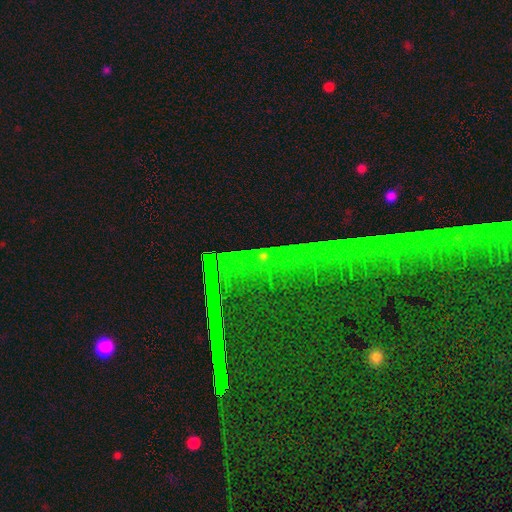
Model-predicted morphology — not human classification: Smooth or featured?
  - star or artifact: 81% *
  - featured or disk: 11%
  - smooth: 8%